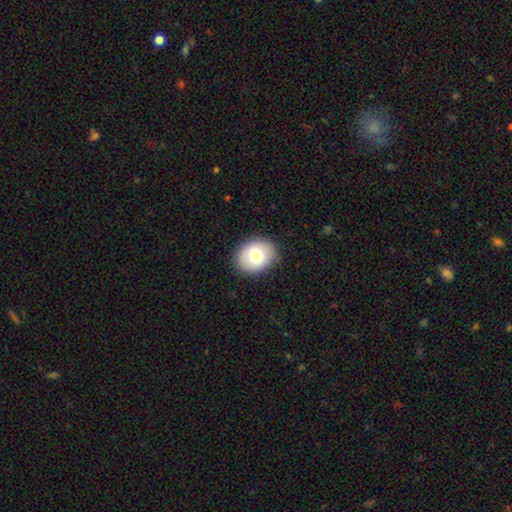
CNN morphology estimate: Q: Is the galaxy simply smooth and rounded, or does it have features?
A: smooth — 76%.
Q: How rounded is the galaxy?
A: in between — 54%.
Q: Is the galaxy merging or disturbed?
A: none — 87%.